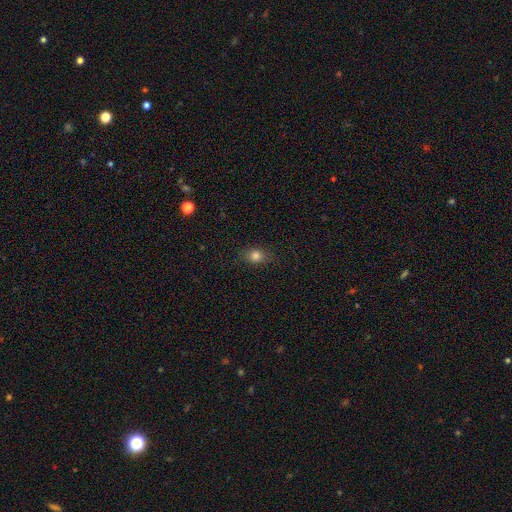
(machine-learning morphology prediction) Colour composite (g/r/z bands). It shows a smooth galaxy with no disk features (80%) that is in between round and cigar-shaped (55%). Merging: none (82%).